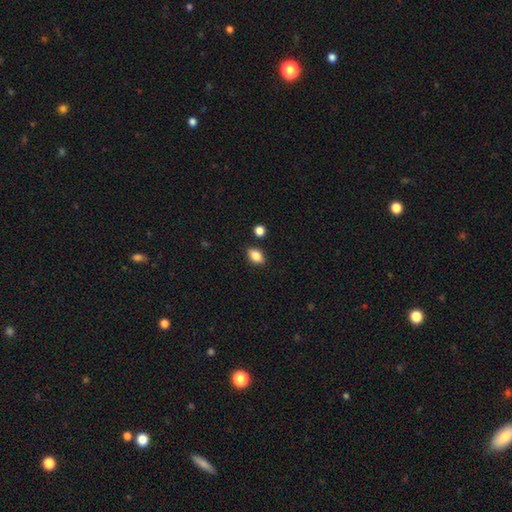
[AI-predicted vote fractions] Smooth or featured? Predicted: smooth (p=0.85). How rounded? Predicted: in between (p=0.82). Merging? Predicted: none (p=0.85).